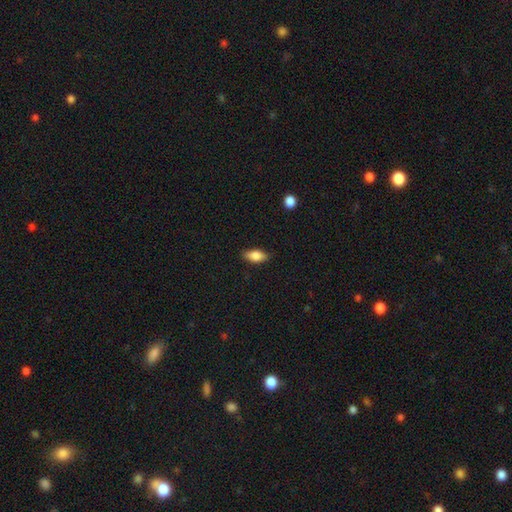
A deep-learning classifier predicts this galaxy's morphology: Overall: smooth (80%). How rounded: in between (85%). Merging: none (85%).